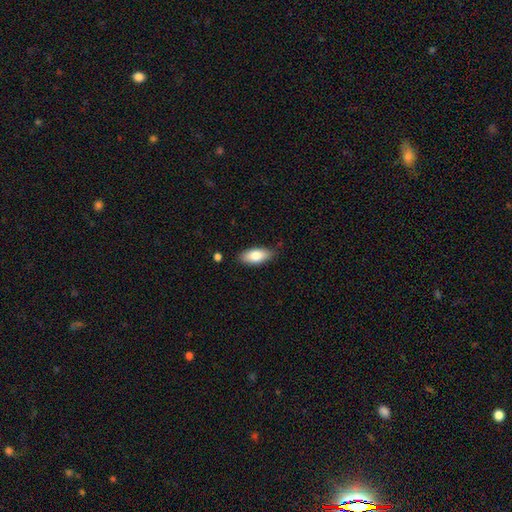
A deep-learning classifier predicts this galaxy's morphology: Smooth or featured? Predicted: smooth (p=0.80). How rounded? Predicted: in between (p=0.86). Merging? Predicted: none (p=0.82).